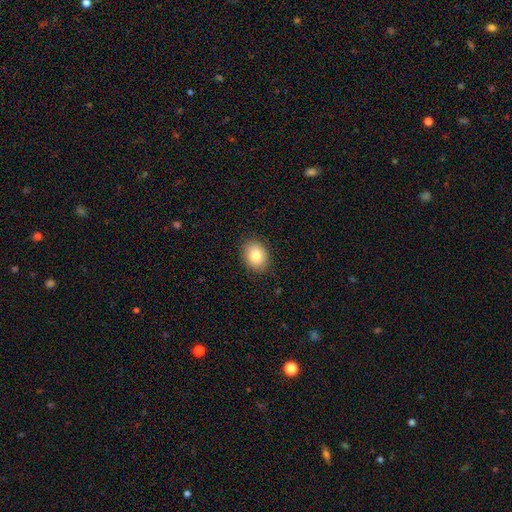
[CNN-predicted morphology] smooth_or_featured: smooth (p=0.81) [alt: featured or disk p=0.10]
how_rounded: in between (p=0.55) [alt: round p=0.44]
merging: none (p=0.87) [alt: minor disturbance p=0.09]